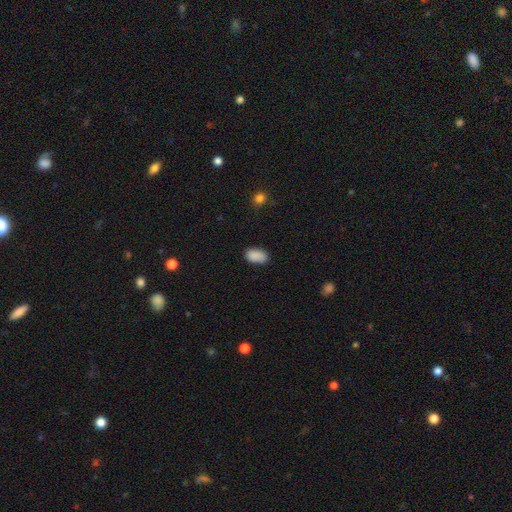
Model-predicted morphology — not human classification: smooth_or_featured: smooth (p=0.88) [alt: star or artifact p=0.08]
how_rounded: in between (p=0.92) [alt: round p=0.07]
merging: none (p=0.80) [alt: minor disturbance p=0.15]